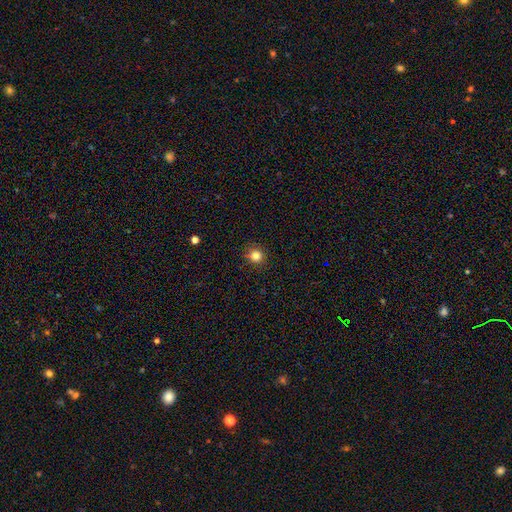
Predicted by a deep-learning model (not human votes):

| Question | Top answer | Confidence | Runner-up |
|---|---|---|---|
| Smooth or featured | smooth | 83% | star or artifact (13%) |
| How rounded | round | 88% | in between (11%) |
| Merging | none | 88% | minor disturbance (8%) |